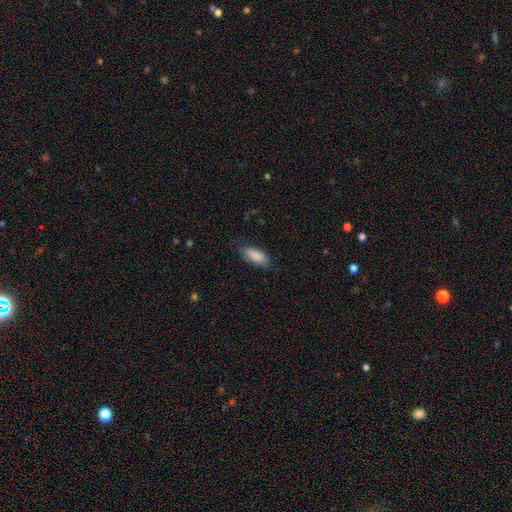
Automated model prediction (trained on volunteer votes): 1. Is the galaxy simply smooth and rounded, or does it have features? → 86% smooth, 8% featured or disk, 6% star or artifact.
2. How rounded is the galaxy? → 86% in between, 12% cigar-shaped, 2% round.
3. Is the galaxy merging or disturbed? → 78% none, 18% minor disturbance, 4% major disturbance, 1% merger.